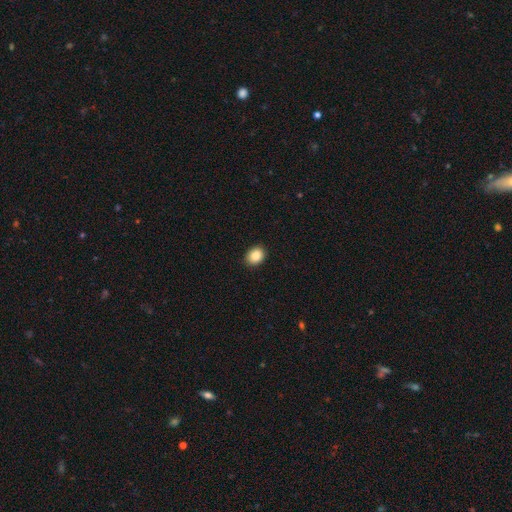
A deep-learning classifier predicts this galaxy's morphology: Smooth or featured? Predicted: smooth (p=0.88). How rounded? Predicted: in between (p=0.55). Merging? Predicted: none (p=0.90).